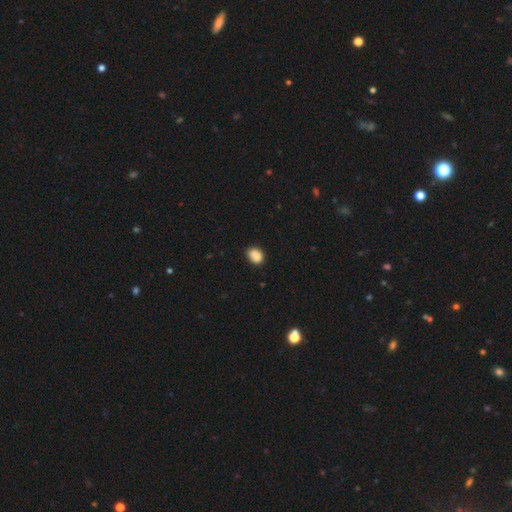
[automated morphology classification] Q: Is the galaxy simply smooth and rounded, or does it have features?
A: smooth — 88%.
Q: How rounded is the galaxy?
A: in between — 66%.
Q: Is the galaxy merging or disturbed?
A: none — 78%.